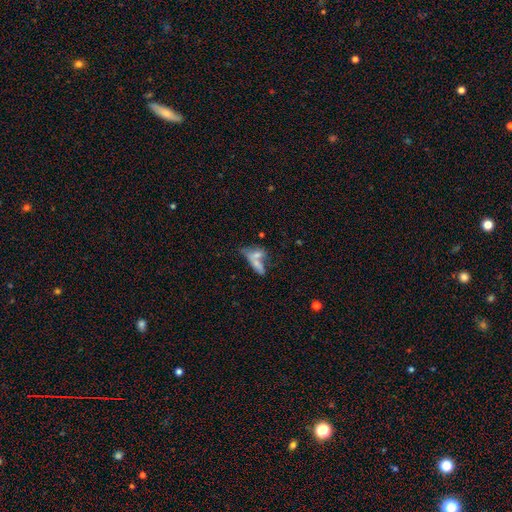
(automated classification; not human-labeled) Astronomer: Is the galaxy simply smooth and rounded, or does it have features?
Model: smooth — 40% (runner-up: featured or disk, 39%).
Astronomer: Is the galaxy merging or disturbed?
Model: merger — 44% (runner-up: none, 30%).